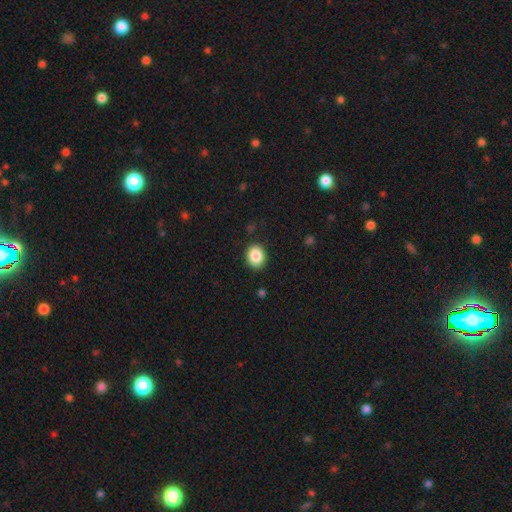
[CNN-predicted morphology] smooth-or-featured: smooth: 87% | star or artifact: 9% | featured or disk: 4%
  how-rounded: round: 54% | in between: 45% | cigar-shaped: 1%
  merging: none: 88% | minor disturbance: 8% | major disturbance: 2% | merger: 1%